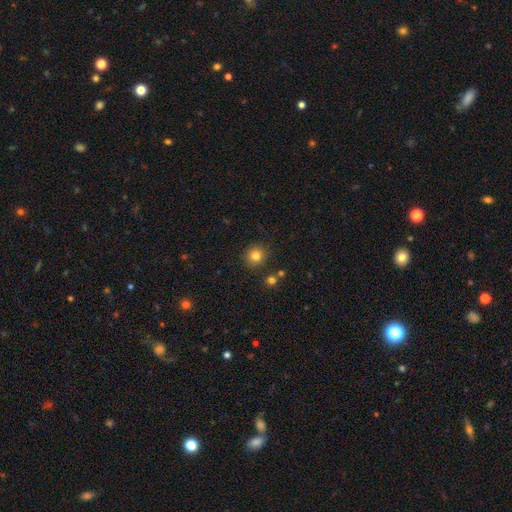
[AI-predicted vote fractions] smooth_or_featured: smooth (p=0.82) [alt: star or artifact p=0.12]
how_rounded: round (p=0.91) [alt: in between p=0.08]
merging: none (p=0.88) [alt: minor disturbance p=0.07]